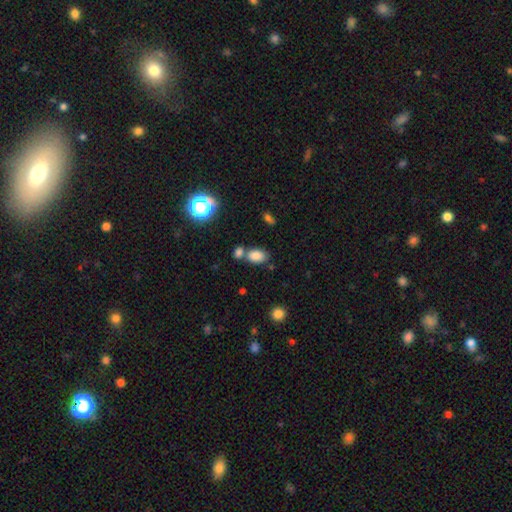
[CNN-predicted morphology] smooth 82%, star or artifact 12%, featured or disk 7%. Down the decision tree: how rounded — in between (86%); merging — none (55%).